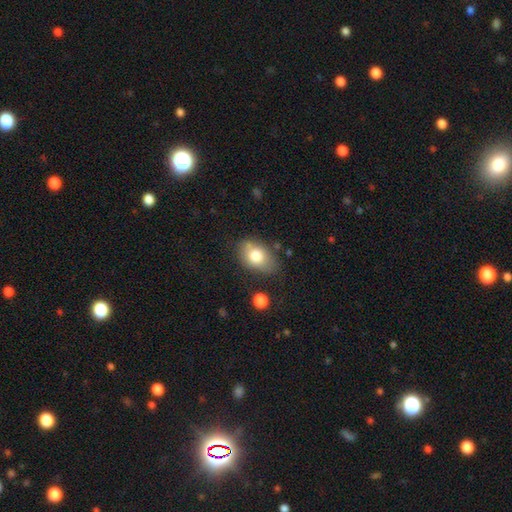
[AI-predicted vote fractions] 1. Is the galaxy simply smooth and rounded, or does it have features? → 78% smooth, 15% featured or disk, 8% star or artifact.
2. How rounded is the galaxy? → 82% in between, 17% round, 1% cigar-shaped.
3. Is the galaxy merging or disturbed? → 67% none, 23% minor disturbance, 6% major disturbance, 5% merger.